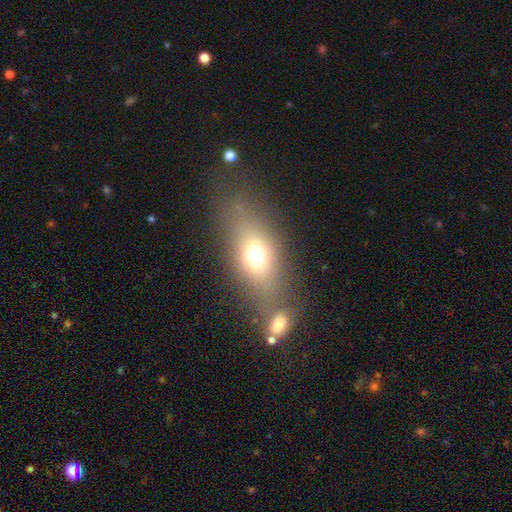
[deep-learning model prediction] A smooth galaxy with no disk features (64%) that is in between round and cigar-shaped (66%). Merging: none (58%).